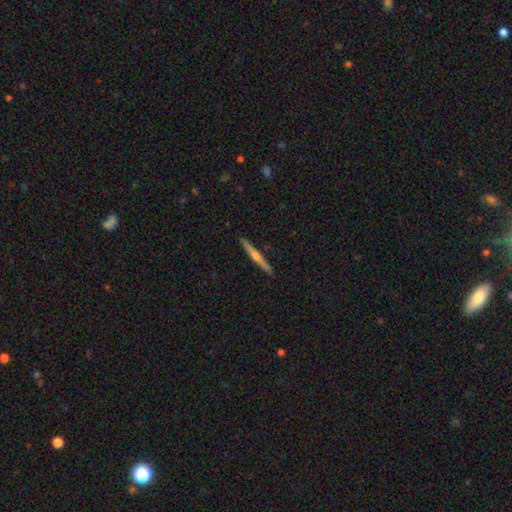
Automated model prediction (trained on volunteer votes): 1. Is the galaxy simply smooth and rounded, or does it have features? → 72% featured or disk, 23% smooth, 6% star or artifact.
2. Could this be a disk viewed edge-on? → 98% yes, 2% no.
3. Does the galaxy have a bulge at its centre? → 83% rounded, 12% none, 5% boxy.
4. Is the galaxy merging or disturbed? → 92% none, 5% minor disturbance, 1% major disturbance, 1% merger.